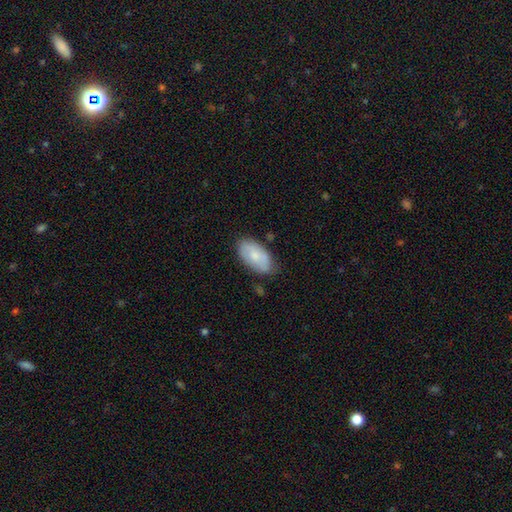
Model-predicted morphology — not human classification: Smooth or featured? smooth (69%)
How rounded? in between (95%)
Merging? none (74%)